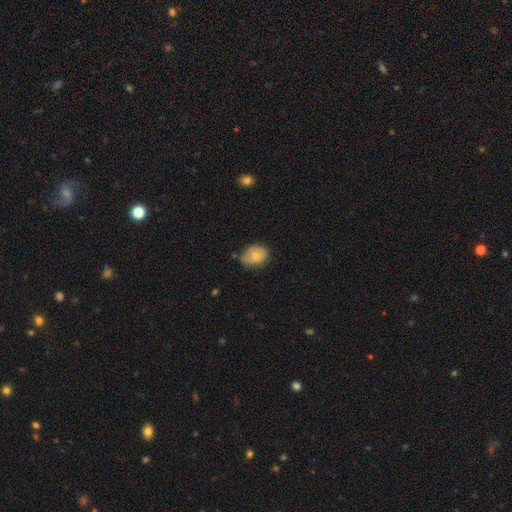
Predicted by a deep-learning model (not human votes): A smooth galaxy with no disk features (73%) that is in between round and cigar-shaped (69%).

Vote fractions:
- Smooth or featured? smooth: 73% / featured or disk: 20% / star or artifact: 8%
- How rounded? in between: 69% / round: 30% / cigar-shaped: 1%
- Merging? none: 61% / minor disturbance: 31% / major disturbance: 6% / merger: 2%